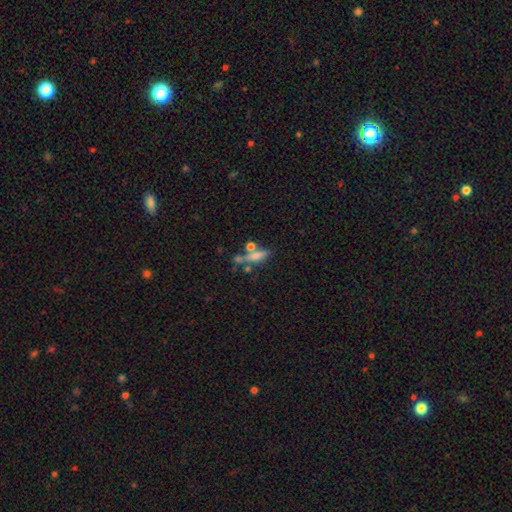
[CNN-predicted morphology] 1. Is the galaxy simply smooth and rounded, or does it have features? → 62% smooth, 26% featured or disk, 12% star or artifact.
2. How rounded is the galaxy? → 61% cigar-shaped, 33% in between, 6% round.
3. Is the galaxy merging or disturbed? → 46% none, 30% merger, 15% minor disturbance, 10% major disturbance.